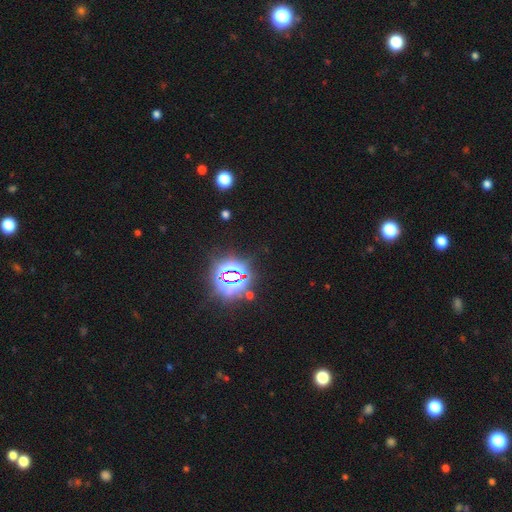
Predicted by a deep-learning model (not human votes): Morphology: type=star or artifact (82%).